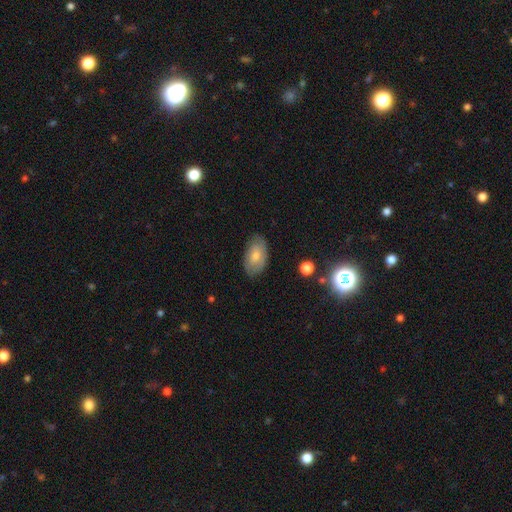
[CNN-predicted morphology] smooth_or_featured: smooth (p=0.61) [alt: featured or disk p=0.29]
how_rounded: in between (p=0.92) [alt: round p=0.06]
merging: none (p=0.80) [alt: minor disturbance p=0.15]